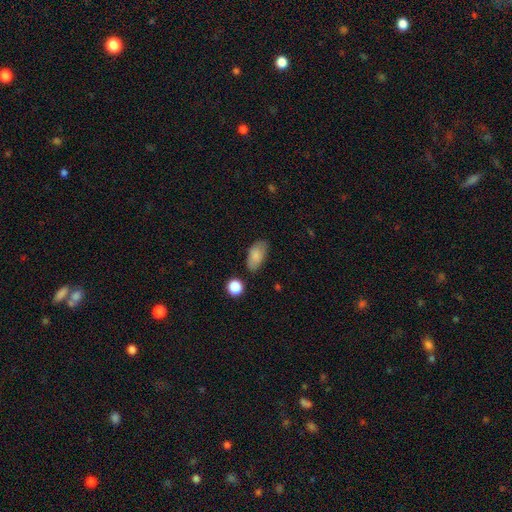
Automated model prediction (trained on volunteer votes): This appears to be a smooth galaxy with no disk features (83%) that is in between round and cigar-shaped (93%). Merging: none (72%).